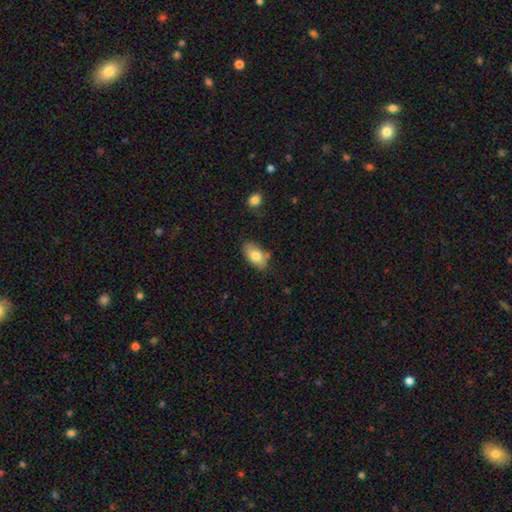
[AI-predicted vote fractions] A smooth galaxy with no disk features (79%) that is in between round and cigar-shaped (93%). Merging: none (74%).